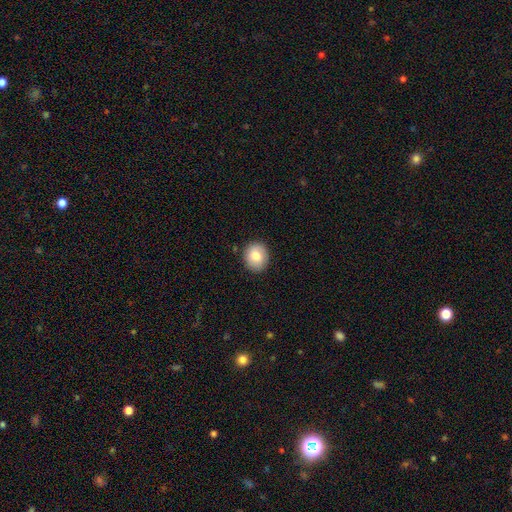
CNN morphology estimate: A smooth galaxy with no disk features (81%) that is round (72%).

Vote fractions:
- Smooth or featured? smooth: 81% / featured or disk: 11% / star or artifact: 8%
- How rounded? round: 72% / in between: 27% / cigar-shaped: 1%
- Merging? none: 88% / minor disturbance: 9% / major disturbance: 2% / merger: 1%